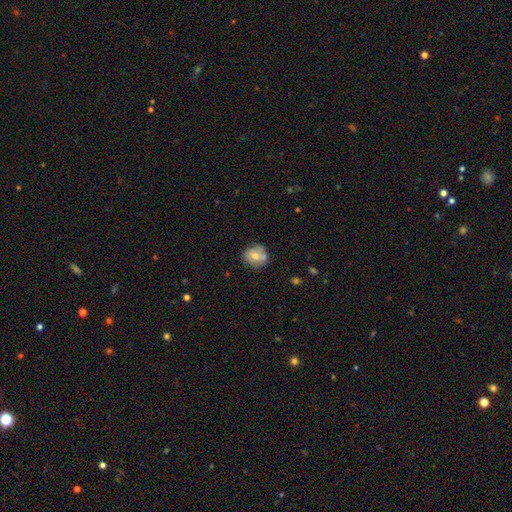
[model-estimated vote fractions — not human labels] smooth_or_featured: smooth (p=0.58) [alt: featured or disk p=0.34]
how_rounded: round (p=0.79) [alt: in between p=0.20]
merging: none (p=0.70) [alt: minor disturbance p=0.19]